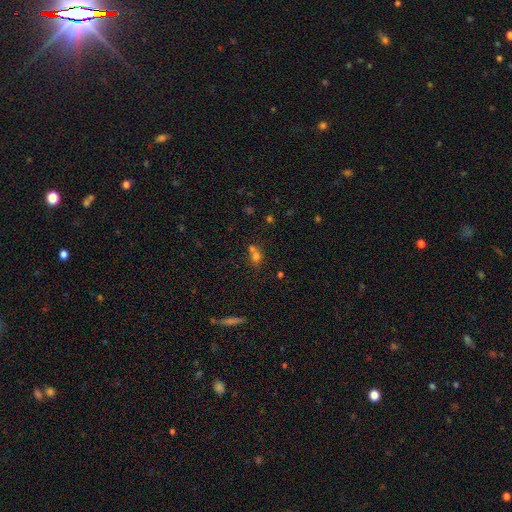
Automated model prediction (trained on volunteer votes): This appears to be a smooth galaxy with no disk features (66%) that is round (61%). Merging: merger (51%).